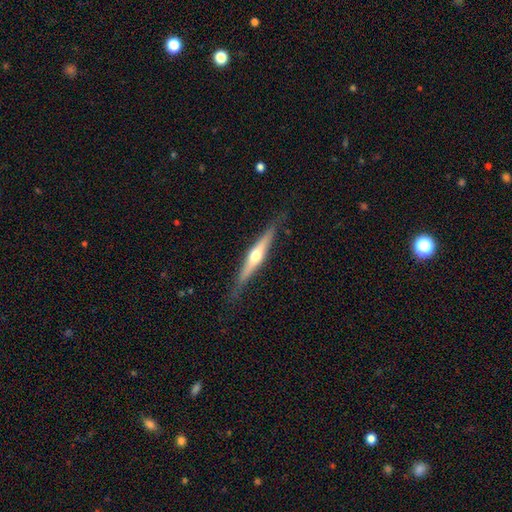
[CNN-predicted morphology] A featured or disk galaxy (66%) viewed edge-on (96%) with a rounded central bulge (92%). Merging: none (85%).